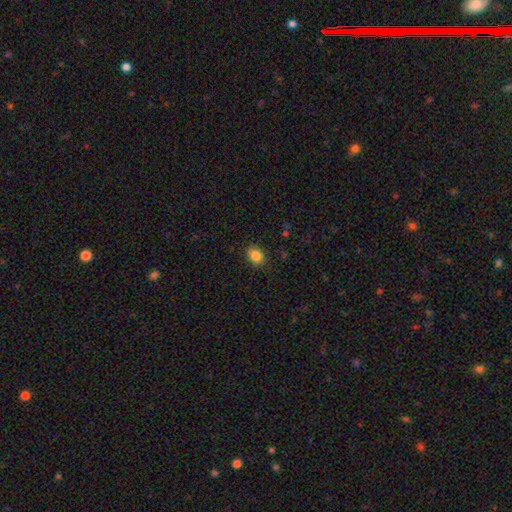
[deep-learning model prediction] Smooth or featured? Predicted: smooth (p=0.85). How rounded? Predicted: in between (p=0.61). Merging? Predicted: none (p=0.86).